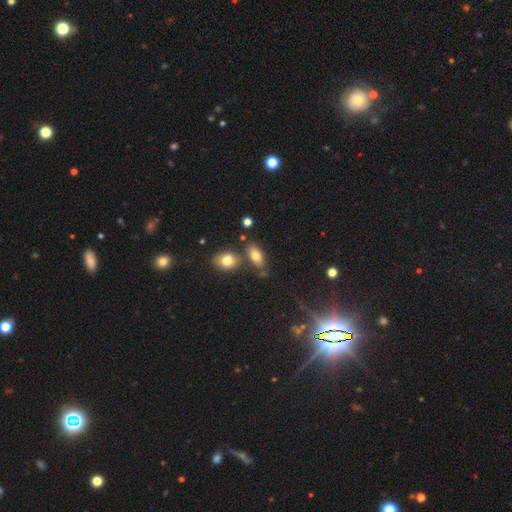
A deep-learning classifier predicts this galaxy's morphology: Smooth or featured? smooth (75%)
How rounded? in between (85%)
Merging? none (68%)